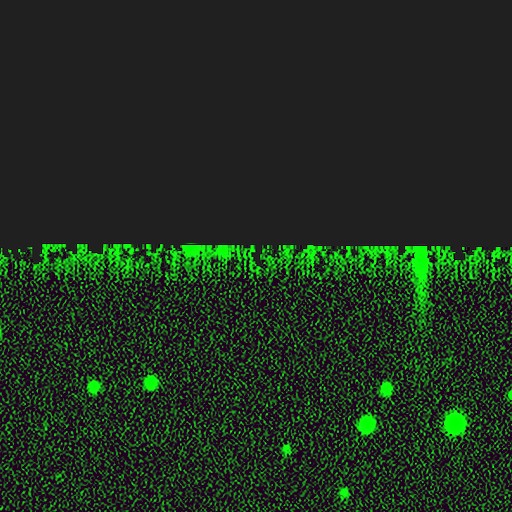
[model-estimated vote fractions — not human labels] smooth-or-featured: star or artifact: 84% | smooth: 9% | featured or disk: 7%